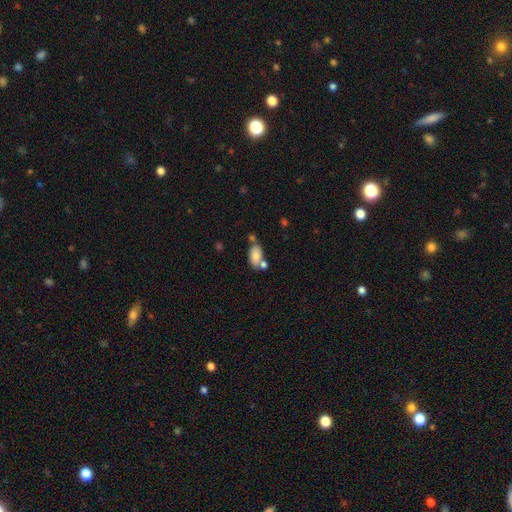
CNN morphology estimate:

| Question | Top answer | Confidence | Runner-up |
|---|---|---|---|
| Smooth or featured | smooth | 81% | featured or disk (12%) |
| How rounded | in between | 92% | round (4%) |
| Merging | none | 51% | merger (28%) |